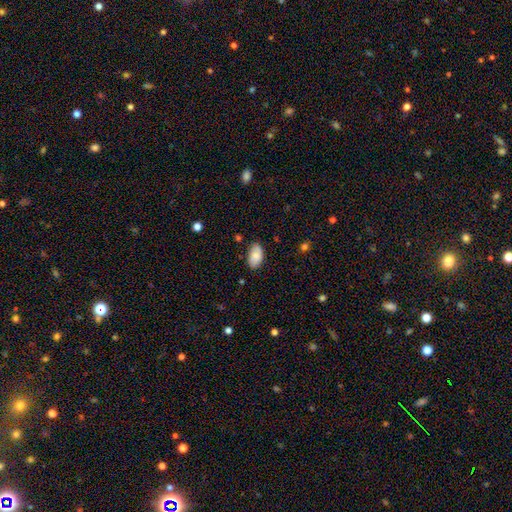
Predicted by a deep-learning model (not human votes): smooth 81%, featured or disk 12%, star or artifact 7%. Down the decision tree: how rounded — in between (95%); merging — none (78%).